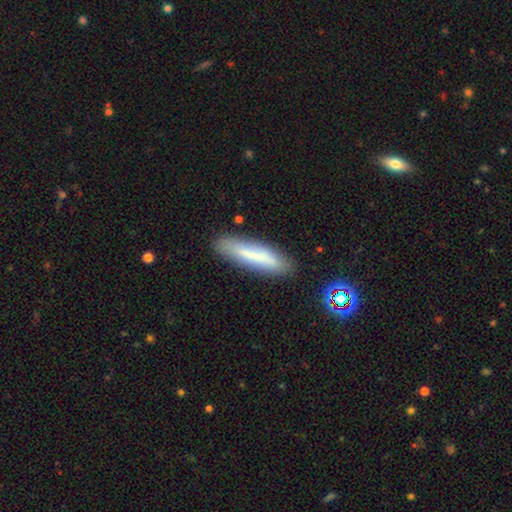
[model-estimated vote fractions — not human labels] This appears to be a smooth galaxy with no disk features (69%) that is cigar-shaped (81%). Merging: none (82%).